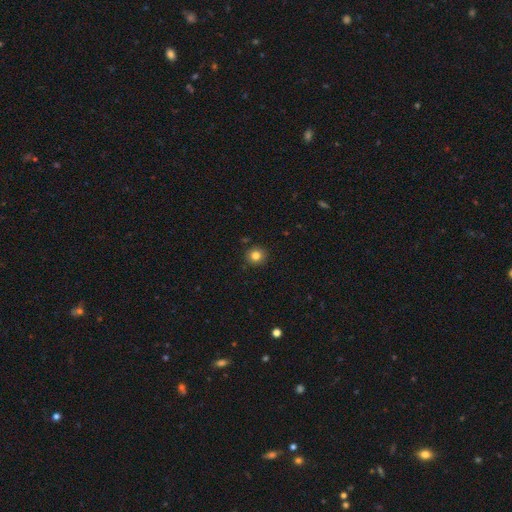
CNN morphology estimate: A smooth galaxy with no disk features (82%) that is round (91%). Merging: none (90%).